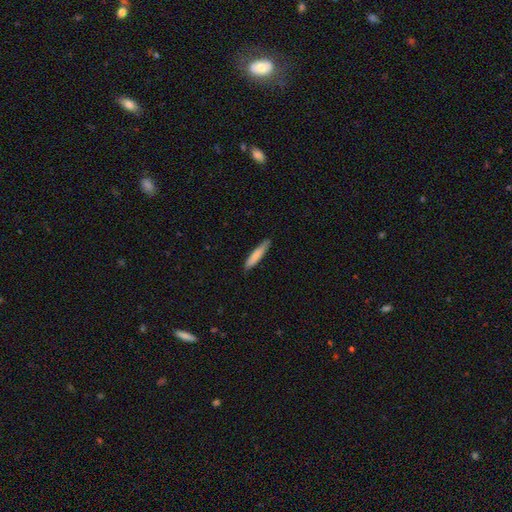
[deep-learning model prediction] A smooth galaxy with no disk features (79%) that is cigar-shaped (89%).

Vote fractions:
- Smooth or featured? smooth: 79% / featured or disk: 16% / star or artifact: 5%
- How rounded? cigar-shaped: 89% / in between: 10% / round: 1%
- Merging? none: 83% / minor disturbance: 14% / major disturbance: 2% / merger: 1%